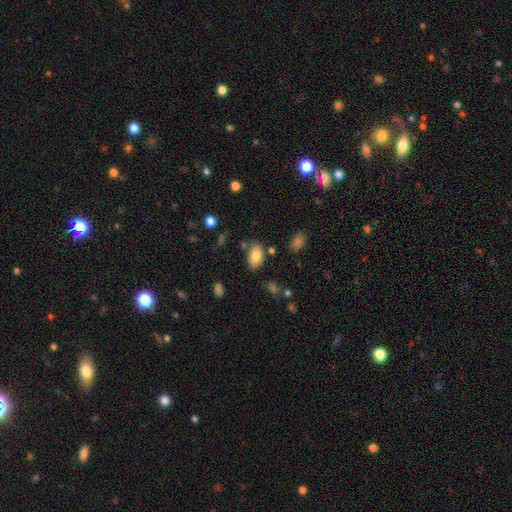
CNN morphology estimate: Smooth or featured? smooth (82%)
How rounded? in between (92%)
Merging? none (75%)